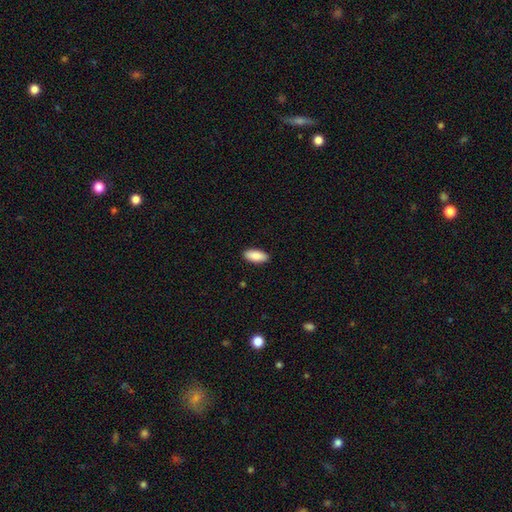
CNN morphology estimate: smooth-or-featured: smooth: 90% | star or artifact: 6% | featured or disk: 4%
  how-rounded: in between: 90% | cigar-shaped: 8% | round: 2%
  merging: none: 90% | minor disturbance: 7% | major disturbance: 2% | merger: 1%